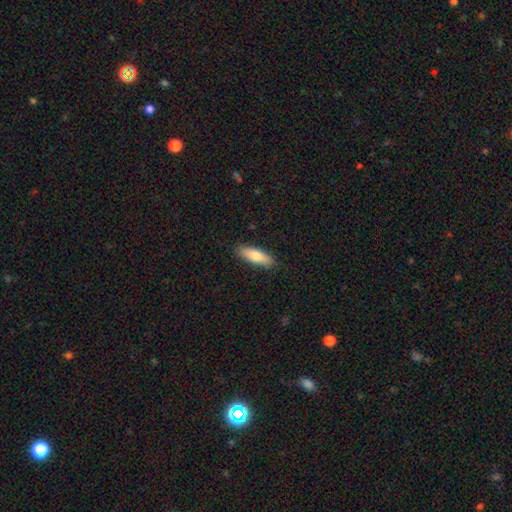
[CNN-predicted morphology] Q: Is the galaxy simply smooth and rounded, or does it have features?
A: smooth — 77%.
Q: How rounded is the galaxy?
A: in between — 55%.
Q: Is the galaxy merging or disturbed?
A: none — 88%.